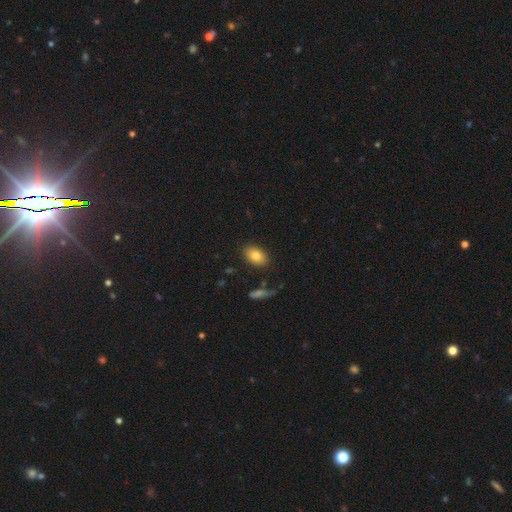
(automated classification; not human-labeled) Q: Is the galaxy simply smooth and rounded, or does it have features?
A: smooth — 81%.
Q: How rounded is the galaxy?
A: in between — 87%.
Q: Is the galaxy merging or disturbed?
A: none — 85%.